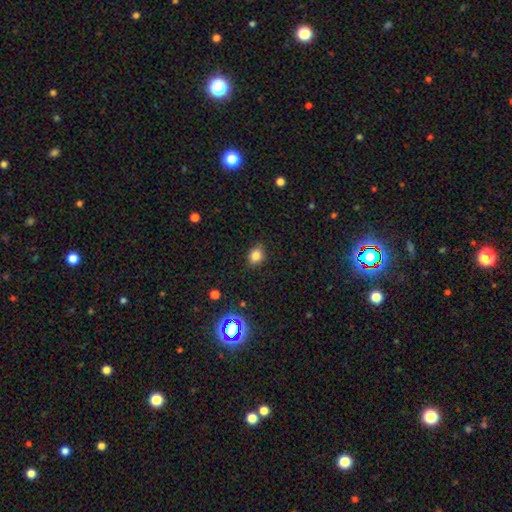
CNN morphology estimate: Smooth or featured? Predicted: smooth (p=0.80). How rounded? Predicted: round (p=0.56). Merging? Predicted: none (p=0.81).